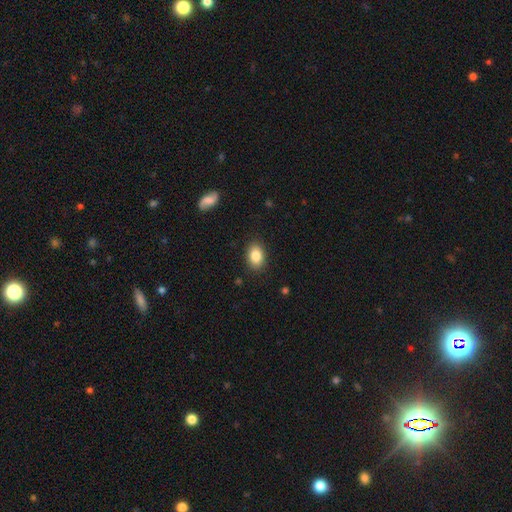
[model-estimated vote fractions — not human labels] Morphology: type=smooth (84%); roundness=in between (82%); merging=none (87%).